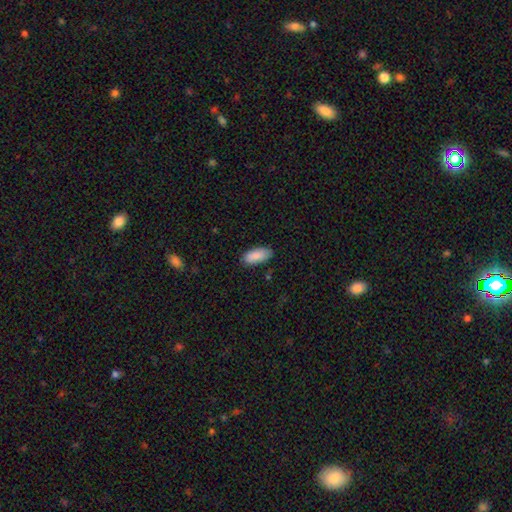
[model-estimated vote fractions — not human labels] This is clearly a smooth galaxy (89%). How rounded: clearly in between (88%). Merging: clearly none (81%).